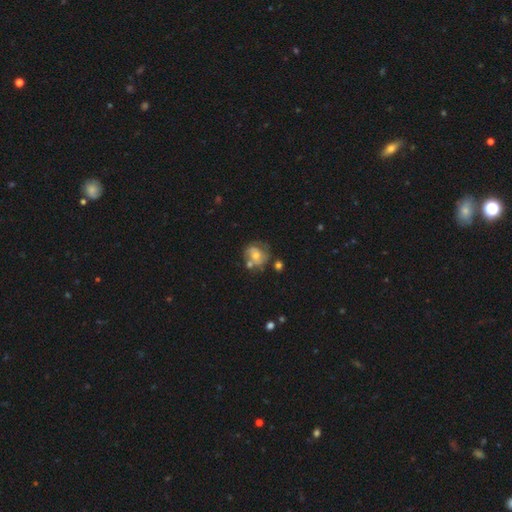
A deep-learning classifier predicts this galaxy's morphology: This appears to be a featured or disk galaxy (53%) with no bar (70%), spiral arms (66%) and a moderate central bulge (55%). Merging: none (48%).